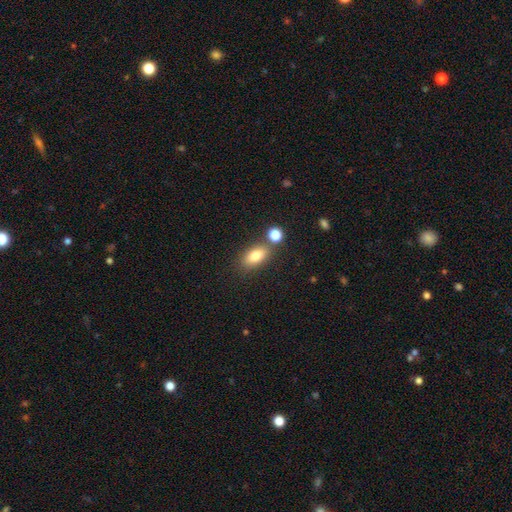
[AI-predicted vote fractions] This is clearly a smooth galaxy (81%). How rounded: clearly in between (85%). Merging: likely none (70%).